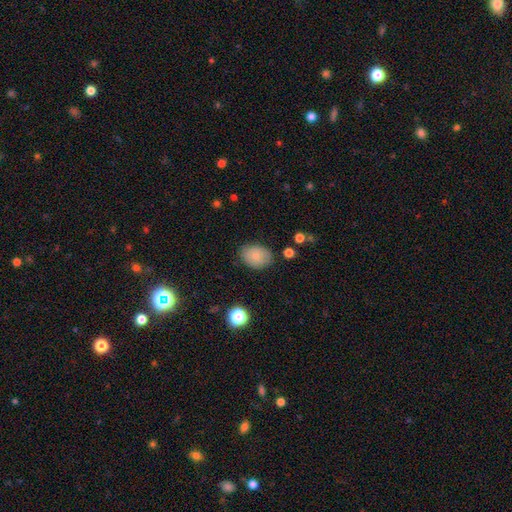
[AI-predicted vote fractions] Morphology: type=smooth (82%); roundness=in between (73%); merging=none (80%).